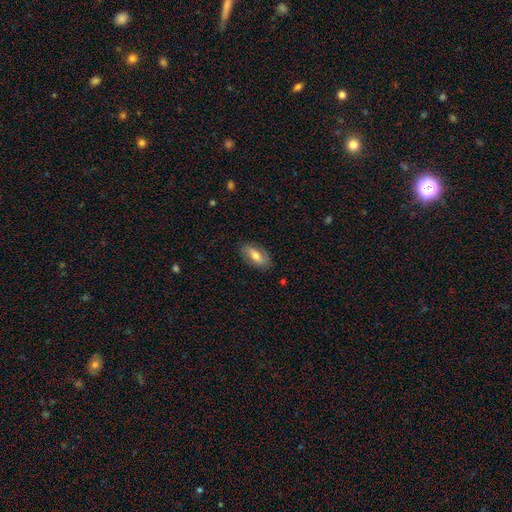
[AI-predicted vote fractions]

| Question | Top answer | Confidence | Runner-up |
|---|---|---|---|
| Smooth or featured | smooth | 67% | featured or disk (27%) |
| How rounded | in between | 83% | cigar-shaped (14%) |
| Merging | none | 84% | minor disturbance (12%) |